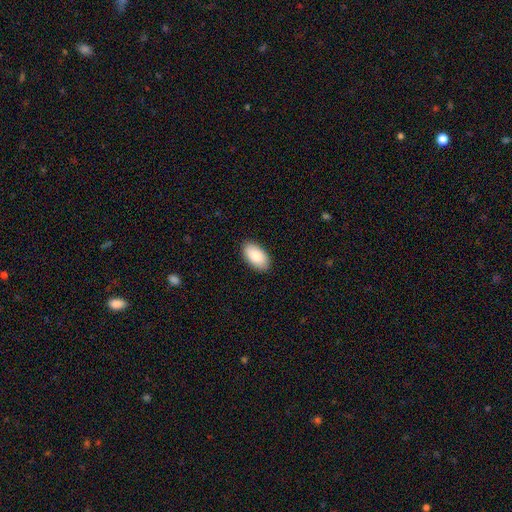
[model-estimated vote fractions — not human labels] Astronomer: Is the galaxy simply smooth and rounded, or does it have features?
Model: smooth — 88%.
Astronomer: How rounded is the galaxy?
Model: in between — 96%.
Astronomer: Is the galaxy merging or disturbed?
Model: none — 89%.